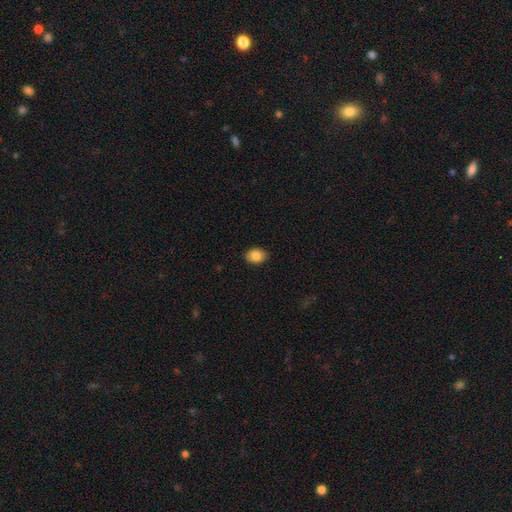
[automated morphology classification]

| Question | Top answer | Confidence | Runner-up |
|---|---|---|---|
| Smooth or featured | smooth | 85% | star or artifact (8%) |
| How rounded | in between | 73% | round (26%) |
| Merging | none | 87% | minor disturbance (10%) |